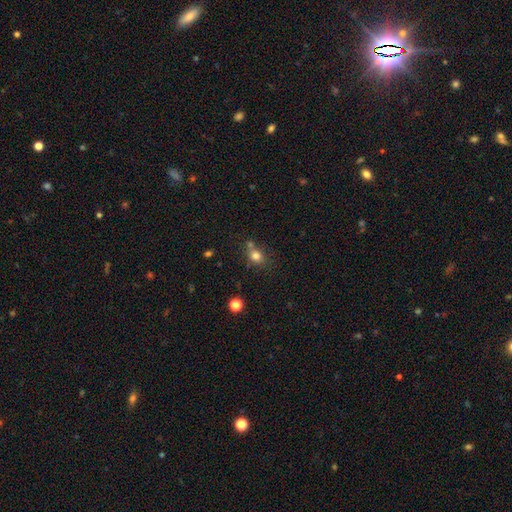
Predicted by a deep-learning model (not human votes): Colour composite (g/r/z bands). It shows a smooth galaxy with no disk features (78%) that is round (62%). Merging: none (56%).